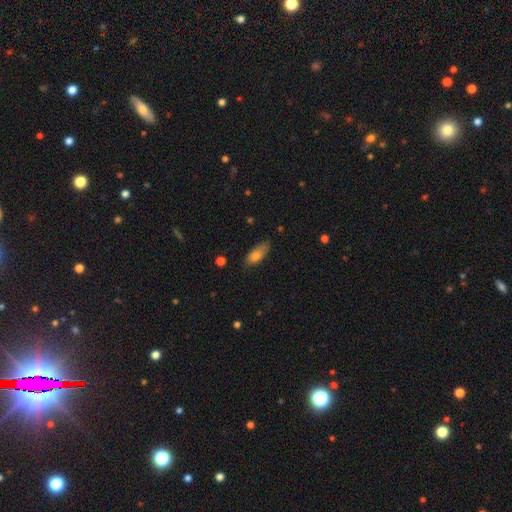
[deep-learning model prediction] Q: Smooth or featured?
A: smooth (78%); runner-up: featured or disk (14%)
Q: How rounded?
A: in between (78%); runner-up: cigar-shaped (19%)
Q: Merging?
A: none (66%); runner-up: minor disturbance (27%)